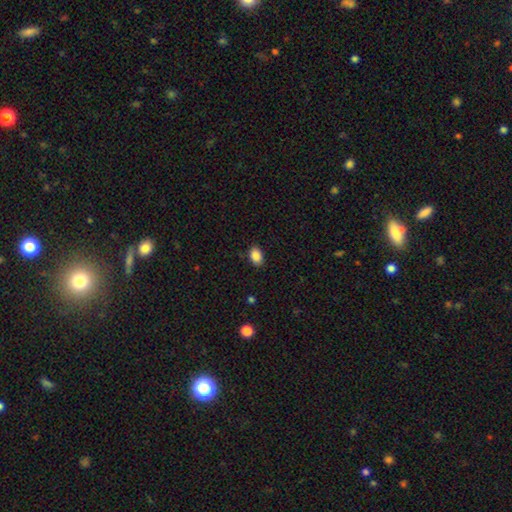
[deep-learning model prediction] Smooth or featured? smooth (88%)
How rounded? in between (86%)
Merging? none (87%)